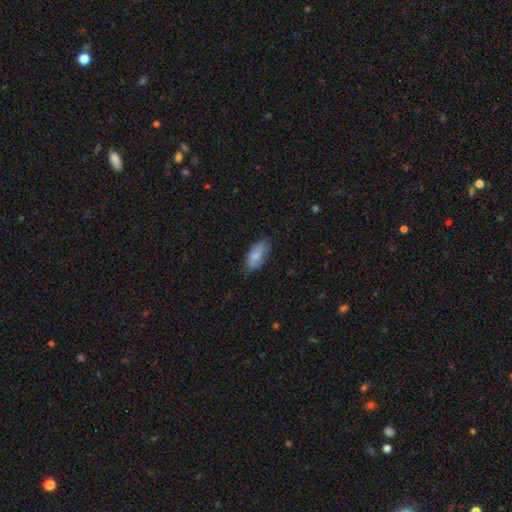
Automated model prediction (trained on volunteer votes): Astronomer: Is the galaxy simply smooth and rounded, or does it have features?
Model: smooth — 77%.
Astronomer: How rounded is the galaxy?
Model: in between — 89%.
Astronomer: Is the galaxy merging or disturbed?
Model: none — 66%.